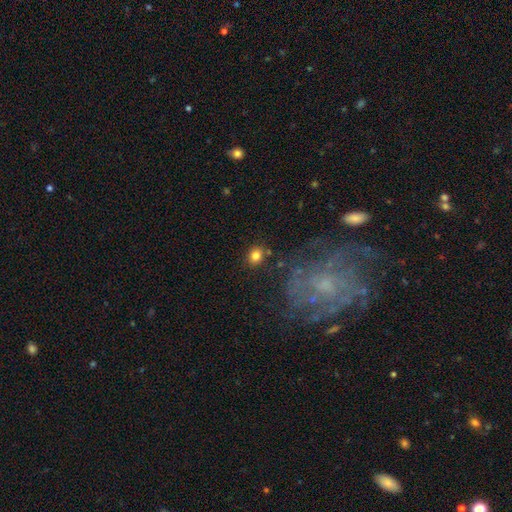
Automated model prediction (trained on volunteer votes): This appears to be a smooth galaxy with no disk features (80%) that is round (69%). Merging: none (83%).